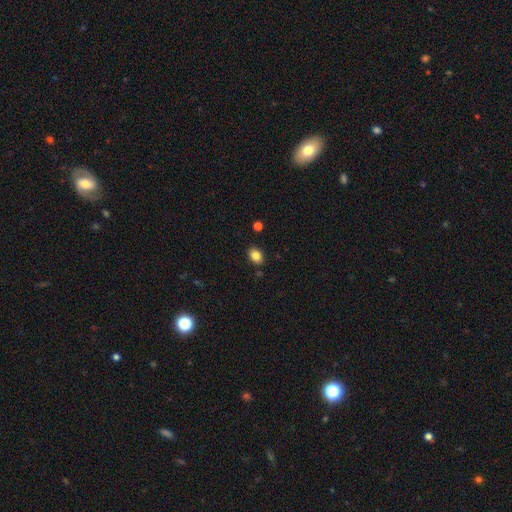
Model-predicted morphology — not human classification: Smooth or featured? Predicted: smooth (p=0.84). How rounded? Predicted: in between (p=0.64). Merging? Predicted: none (p=0.87).